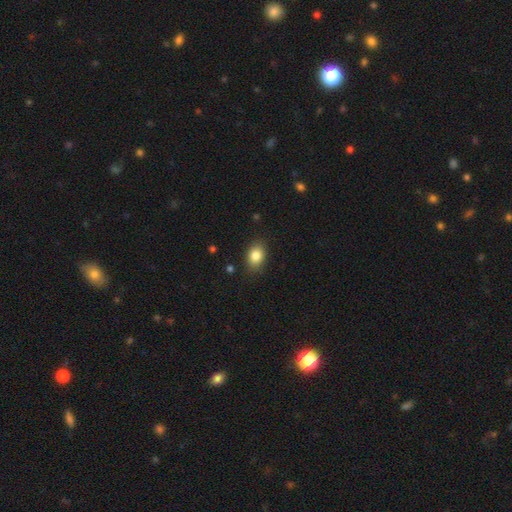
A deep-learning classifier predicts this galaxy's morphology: smooth 84%, star or artifact 9%, featured or disk 7%. Down the decision tree: how rounded — in between (75%); merging — none (84%).